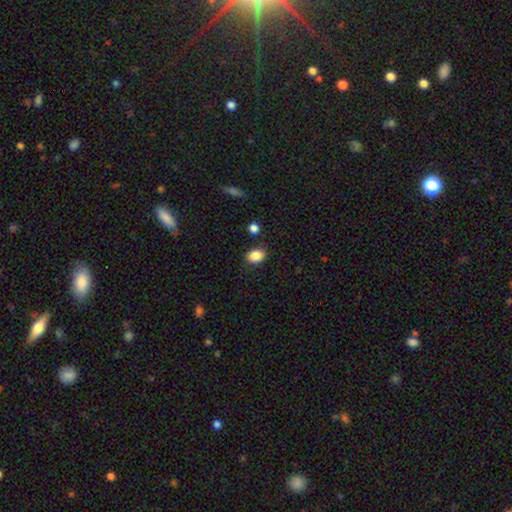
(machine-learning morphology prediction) smooth 86%, star or artifact 9%, featured or disk 5%. Down the decision tree: how rounded — in between (66%); merging — none (83%).